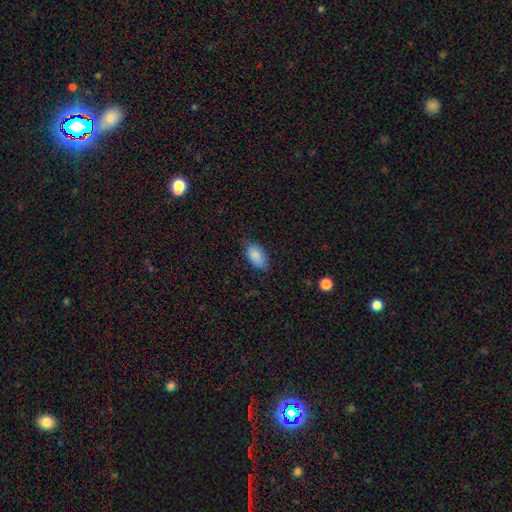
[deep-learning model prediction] Smooth or featured? Predicted: smooth (p=0.87). How rounded? Predicted: in between (p=0.93). Merging? Predicted: none (p=0.76).